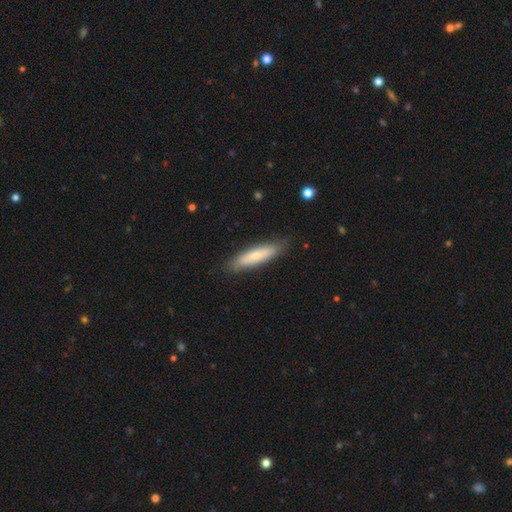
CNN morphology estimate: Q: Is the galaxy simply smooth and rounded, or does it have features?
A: smooth — 74%.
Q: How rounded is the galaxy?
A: cigar-shaped — 76%.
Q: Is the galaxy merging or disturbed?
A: none — 85%.